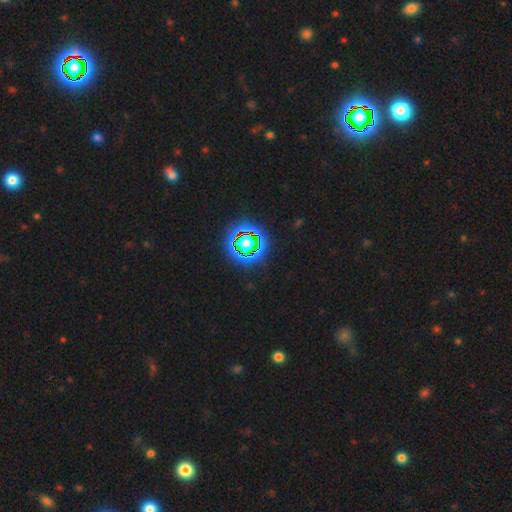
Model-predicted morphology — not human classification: smooth-or-featured: star or artifact: 73% | smooth: 19% | featured or disk: 8%